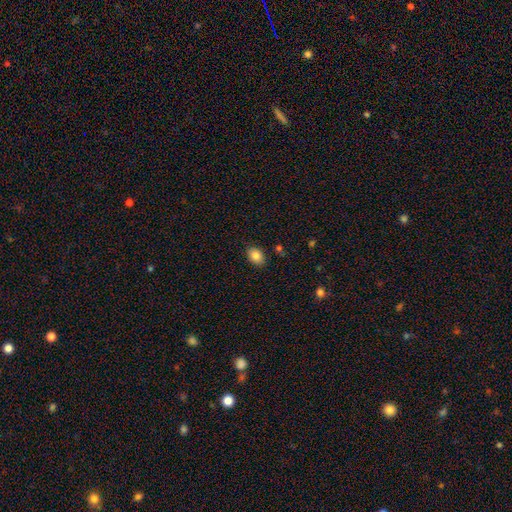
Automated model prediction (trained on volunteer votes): A smooth galaxy with no disk features (86%) that is in between round and cigar-shaped (73%).

Vote fractions:
- Smooth or featured? smooth: 86% / star or artifact: 9% / featured or disk: 5%
- How rounded? in between: 73% / round: 26% / cigar-shaped: 1%
- Merging? none: 86% / minor disturbance: 10% / major disturbance: 2% / merger: 2%